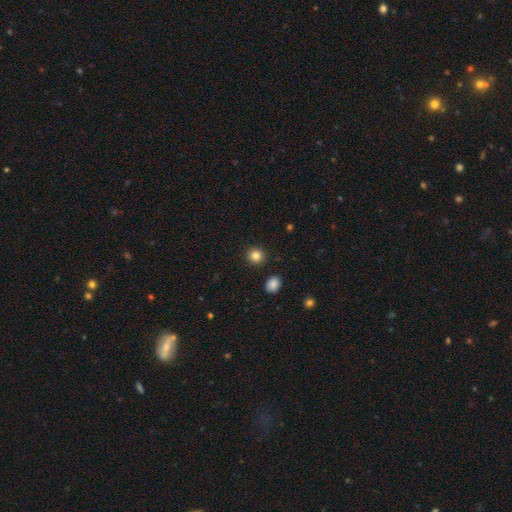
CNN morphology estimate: smooth 85%, star or artifact 11%, featured or disk 4%. Down the decision tree: how rounded — round (92%); merging — none (92%).